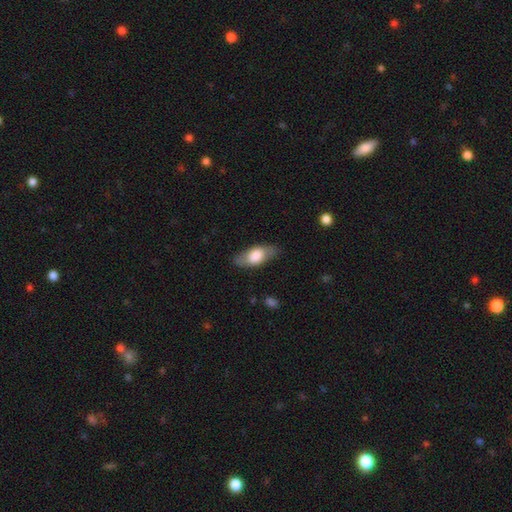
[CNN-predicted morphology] Smooth or featured: smooth — 66% (featured or disk — 29%)
How rounded: in between — 84% (cigar-shaped — 12%)
Merging: none — 80% (minor disturbance — 14%)